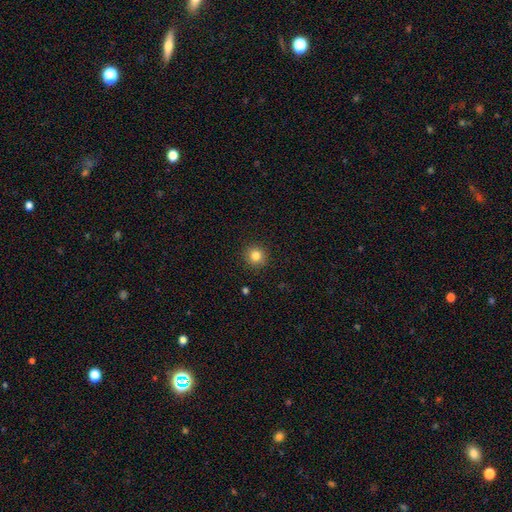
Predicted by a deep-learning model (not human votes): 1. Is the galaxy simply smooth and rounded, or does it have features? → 82% smooth, 11% star or artifact, 6% featured or disk.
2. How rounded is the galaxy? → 94% round, 5% in between, 1% cigar-shaped.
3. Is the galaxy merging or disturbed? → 92% none, 5% minor disturbance, 2% major disturbance, 1% merger.